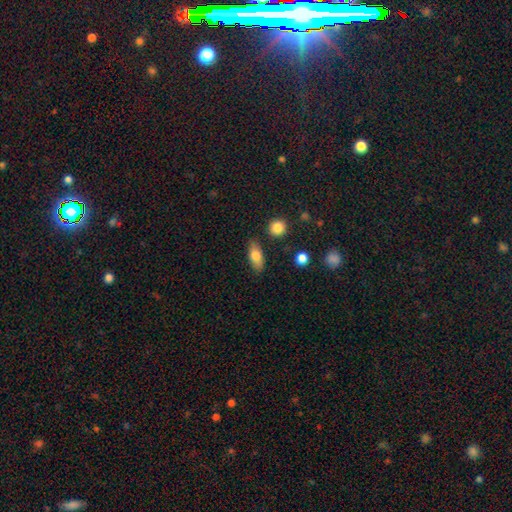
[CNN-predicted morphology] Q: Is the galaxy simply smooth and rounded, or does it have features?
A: smooth — 78%.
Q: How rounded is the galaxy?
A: in between — 82%.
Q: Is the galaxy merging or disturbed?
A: none — 83%.